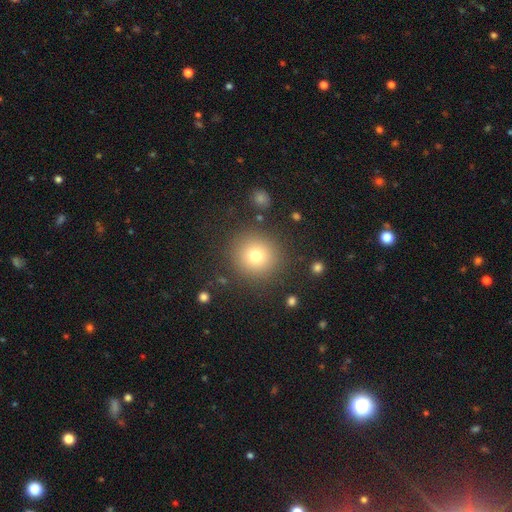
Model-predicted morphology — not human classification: Smooth or featured? Predicted: smooth (p=0.75). How rounded? Predicted: round (p=0.94). Merging? Predicted: none (p=0.88).